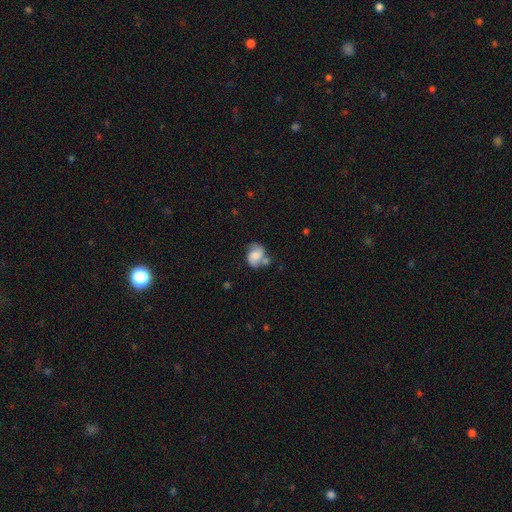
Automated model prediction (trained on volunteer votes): smooth-or-featured: smooth: 46% | featured or disk: 45% | star or artifact: 9%
  merging: none: 44% | minor disturbance: 23% | merger: 22% | major disturbance: 10%